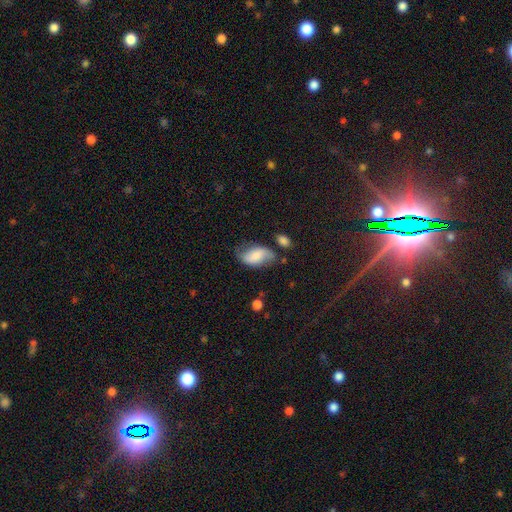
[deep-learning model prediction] smooth_or_featured: smooth (p=0.57) [alt: featured or disk p=0.34]
how_rounded: in between (p=0.92) [alt: round p=0.05]
merging: none (p=0.53) [alt: minor disturbance p=0.29]